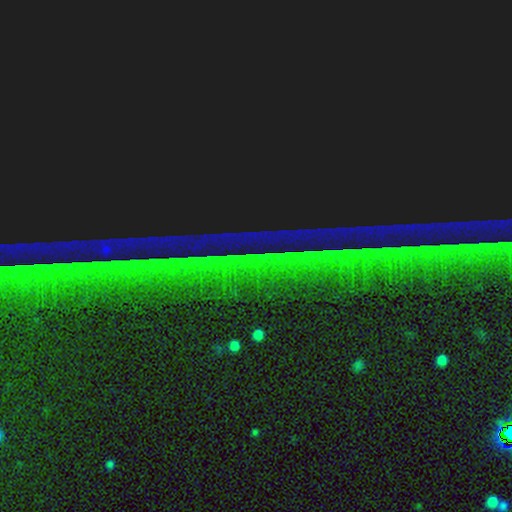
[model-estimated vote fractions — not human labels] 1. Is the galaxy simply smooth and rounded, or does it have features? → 90% star or artifact, 5% featured or disk, 5% smooth.